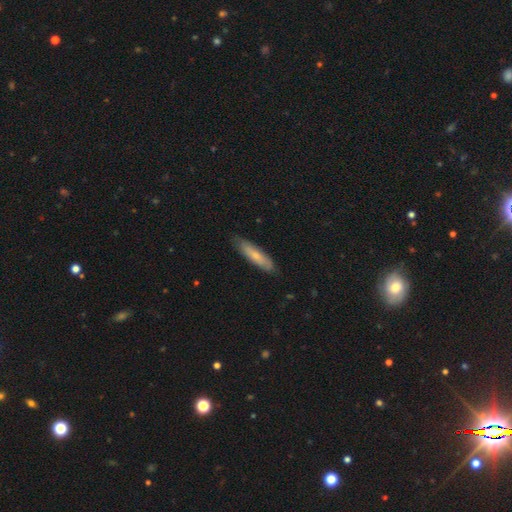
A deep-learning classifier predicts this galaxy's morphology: smooth_or_featured: smooth (p=0.66) [alt: featured or disk p=0.29]
how_rounded: cigar-shaped (p=0.71) [alt: in between p=0.27]
merging: none (p=0.82) [alt: minor disturbance p=0.15]